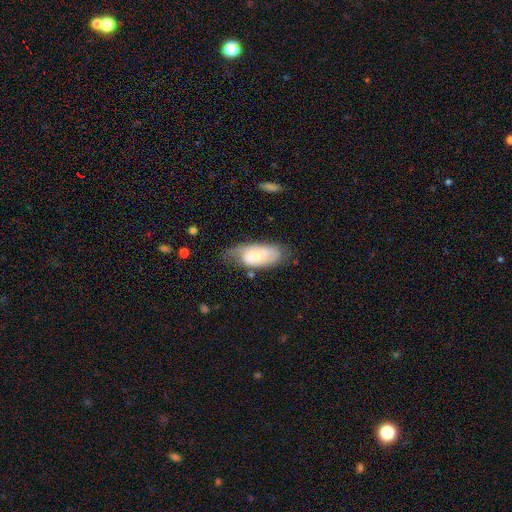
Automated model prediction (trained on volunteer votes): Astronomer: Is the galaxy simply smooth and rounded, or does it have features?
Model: smooth — 50% (runner-up: featured or disk, 43%).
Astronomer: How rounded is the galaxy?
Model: in between — 89%.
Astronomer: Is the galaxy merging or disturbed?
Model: none — 45% (runner-up: minor disturbance, 34%).